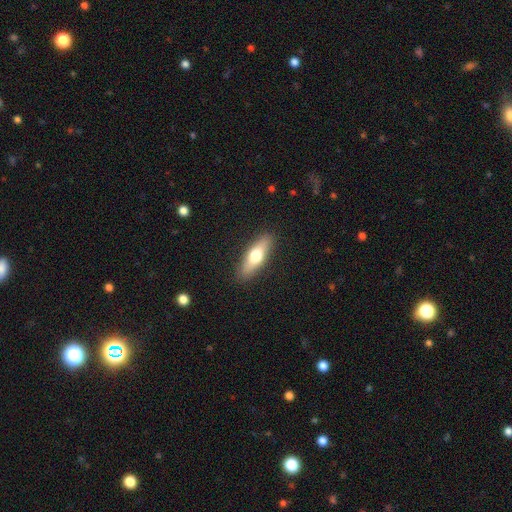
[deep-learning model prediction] The model was most divided on "how rounded": cigar-shaped: 51%, in between: 46%, round: 3%. More confident: merging — none (88%); smooth or featured — smooth (61%).